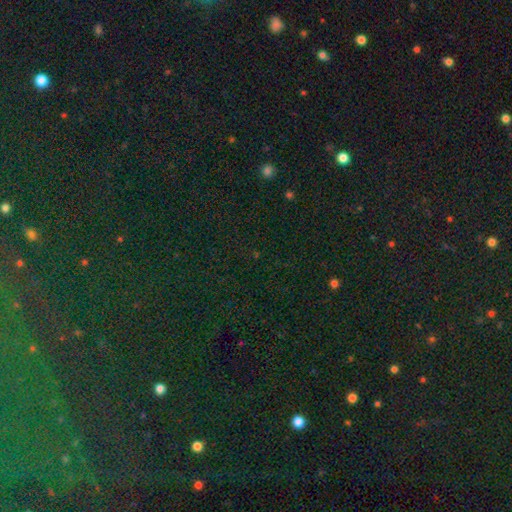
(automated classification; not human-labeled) smooth-or-featured: star or artifact: 79% | smooth: 13% | featured or disk: 8%